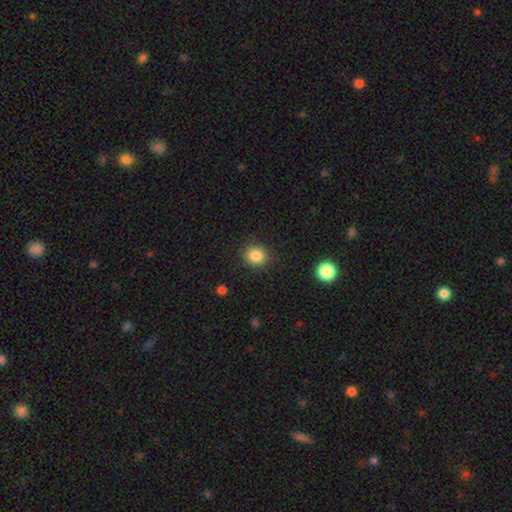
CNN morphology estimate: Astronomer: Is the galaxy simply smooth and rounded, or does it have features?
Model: smooth — 86%.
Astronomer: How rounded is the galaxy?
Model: round — 83%.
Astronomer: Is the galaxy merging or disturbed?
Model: none — 88%.